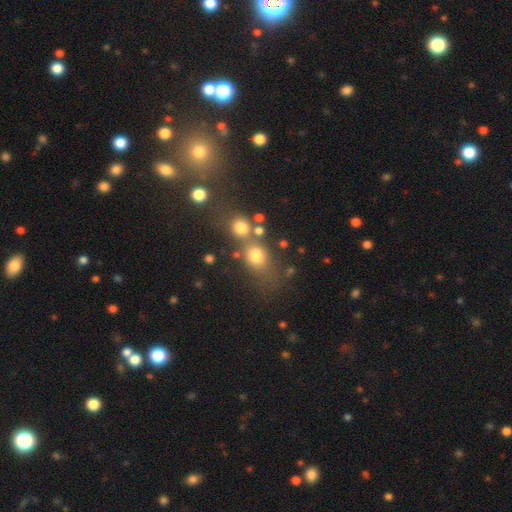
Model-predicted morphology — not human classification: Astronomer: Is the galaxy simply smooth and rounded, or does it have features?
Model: smooth — 71%.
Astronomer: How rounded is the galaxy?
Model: round — 61% (runner-up: in between, 37%).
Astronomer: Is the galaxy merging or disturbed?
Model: none — 48% (runner-up: merger, 30%).